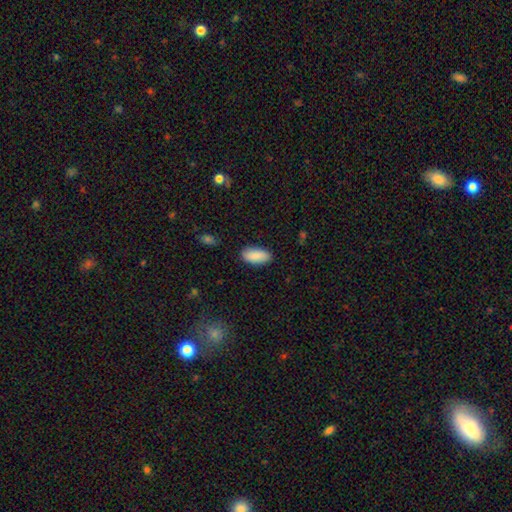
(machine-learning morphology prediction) type=smooth (90%); roundness=in between (91%); merging=none (87%).